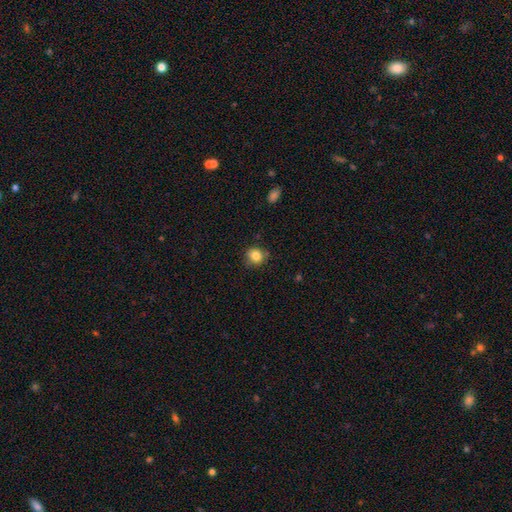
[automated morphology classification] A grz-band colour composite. It shows a smooth galaxy with no disk features (83%) that is round (84%). Merging: none (79%).